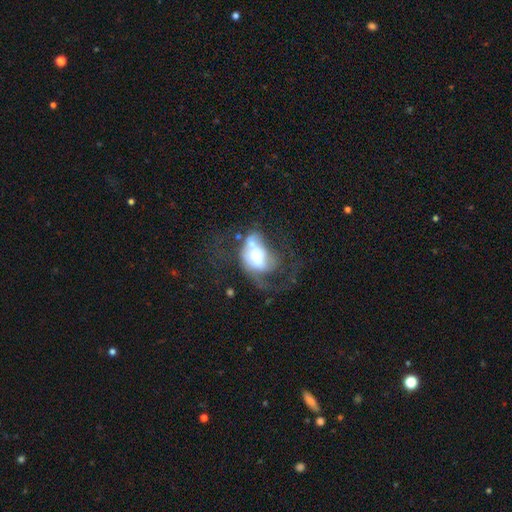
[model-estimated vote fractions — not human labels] smooth_or_featured: featured or disk (p=0.52) [alt: smooth p=0.39]
disk_edge_on: no (p=0.95) [alt: yes p=0.05]
merging: major disturbance (p=0.41) [alt: merger p=0.24]